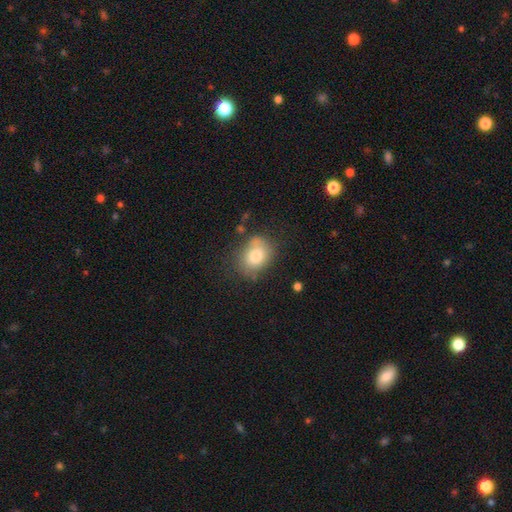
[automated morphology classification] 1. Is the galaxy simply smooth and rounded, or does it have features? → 79% smooth, 12% featured or disk, 9% star or artifact.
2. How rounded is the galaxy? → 59% in between, 40% round, 1% cigar-shaped.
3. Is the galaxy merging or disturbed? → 65% none, 23% minor disturbance, 7% major disturbance, 5% merger.